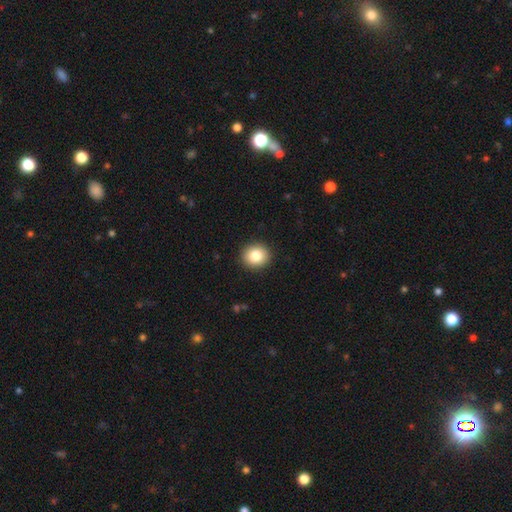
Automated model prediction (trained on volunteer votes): A smooth galaxy with no disk features (83%) that is round (84%).

Vote fractions:
- Smooth or featured? smooth: 83% / star or artifact: 9% / featured or disk: 7%
- How rounded? round: 84% / in between: 15% / cigar-shaped: 1%
- Merging? none: 92% / minor disturbance: 5% / major disturbance: 2% / merger: 1%